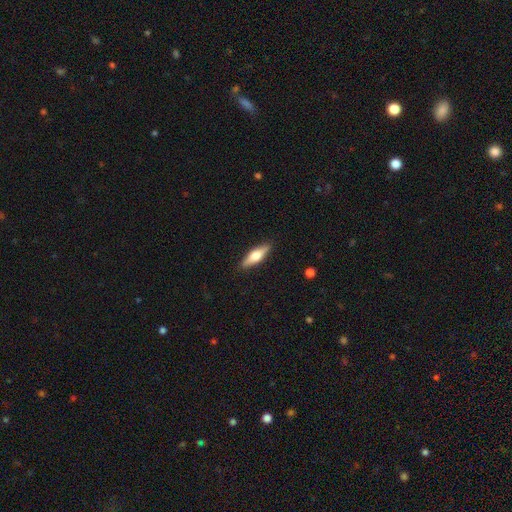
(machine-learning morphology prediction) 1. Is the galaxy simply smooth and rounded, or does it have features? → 51% smooth, 44% featured or disk, 6% star or artifact.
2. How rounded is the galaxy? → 55% cigar-shaped, 42% in between, 2% round.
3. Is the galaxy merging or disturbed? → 89% none, 8% minor disturbance, 2% major disturbance, 1% merger.